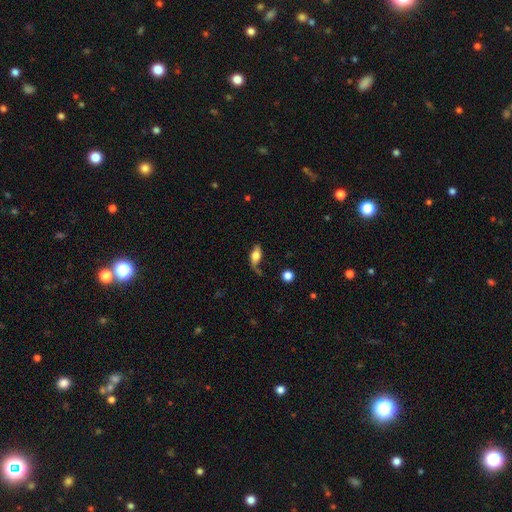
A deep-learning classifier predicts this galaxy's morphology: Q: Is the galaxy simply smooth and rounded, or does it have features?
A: smooth — 50%.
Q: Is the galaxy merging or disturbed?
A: none — 47%.